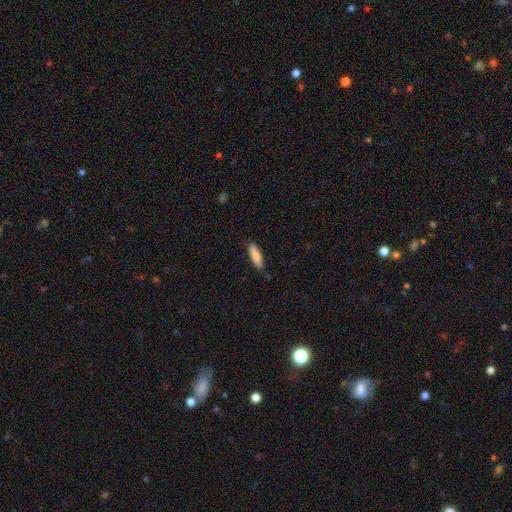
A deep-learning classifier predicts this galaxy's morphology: This is clearly a smooth galaxy (81%). How rounded: likely cigar-shaped (68%). Merging: clearly none (86%).